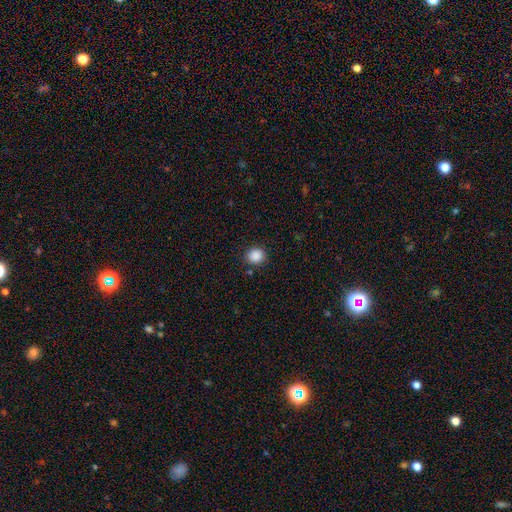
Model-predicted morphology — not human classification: Smooth or featured: smooth — 88% (star or artifact — 10%)
How rounded: round — 85% (in between — 14%)
Merging: none — 87% (minor disturbance — 8%)